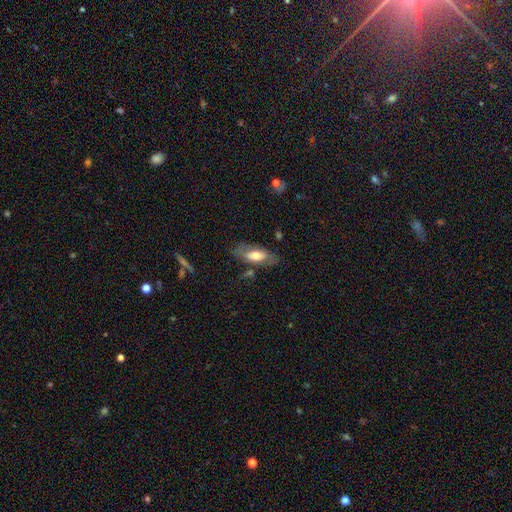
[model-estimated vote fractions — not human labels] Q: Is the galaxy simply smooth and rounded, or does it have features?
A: smooth — 54%.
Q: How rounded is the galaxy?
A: in between — 79%.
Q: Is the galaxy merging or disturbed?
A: none — 70%.